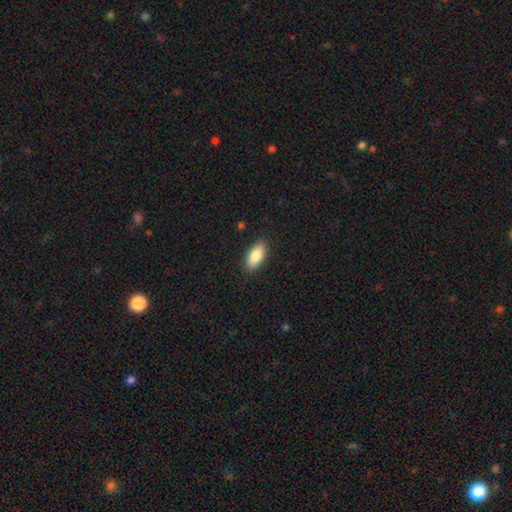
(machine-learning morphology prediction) Smooth or featured? smooth (85%)
How rounded? in between (88%)
Merging? none (89%)